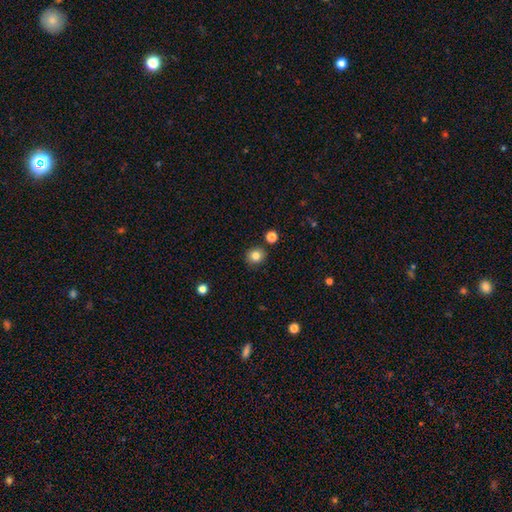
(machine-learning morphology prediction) A smooth galaxy with no disk features (83%) that is round (83%).

Vote fractions:
- Smooth or featured? smooth: 83% / star or artifact: 11% / featured or disk: 6%
- How rounded? round: 83% / in between: 16% / cigar-shaped: 1%
- Merging? none: 87% / minor disturbance: 7% / merger: 3% / major disturbance: 2%